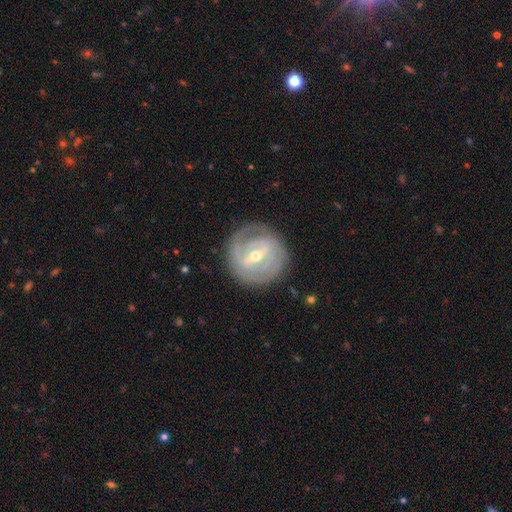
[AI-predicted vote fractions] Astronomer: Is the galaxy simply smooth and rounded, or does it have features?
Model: featured or disk — 81%.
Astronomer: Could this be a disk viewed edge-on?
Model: no — 96%.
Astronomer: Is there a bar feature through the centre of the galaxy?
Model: weak — 46% (runner-up: strong, 40%).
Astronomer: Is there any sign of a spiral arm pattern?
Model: yes — 83%.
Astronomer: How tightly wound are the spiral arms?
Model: tight — 65%.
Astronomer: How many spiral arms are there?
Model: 2 — 43% (runner-up: can't tell, 33%).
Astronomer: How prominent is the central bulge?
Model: moderate — 54% (runner-up: small, 43%).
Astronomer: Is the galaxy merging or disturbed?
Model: none — 80%.